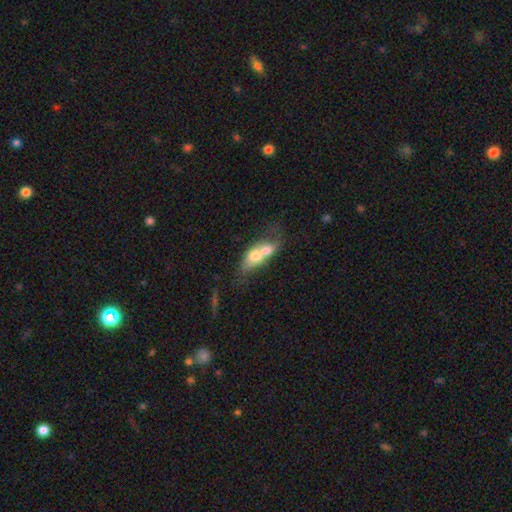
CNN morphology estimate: Smooth or featured?
  - smooth: 60% *
  - featured or disk: 32%
  - star or artifact: 8%
How rounded?
  - in between: 68% *
  - round: 20%
  - cigar-shaped: 12%
Merging?
  - merger: 73% *
  - none: 14%
  - minor disturbance: 7%
  - major disturbance: 6%